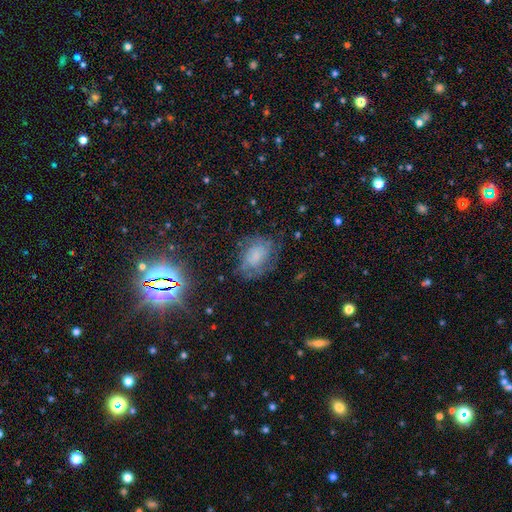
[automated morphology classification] Overall: featured or disk (50%; smooth 34%). Edge-on disk: no (96%). Merging: none (61%; minor disturbance 22%).